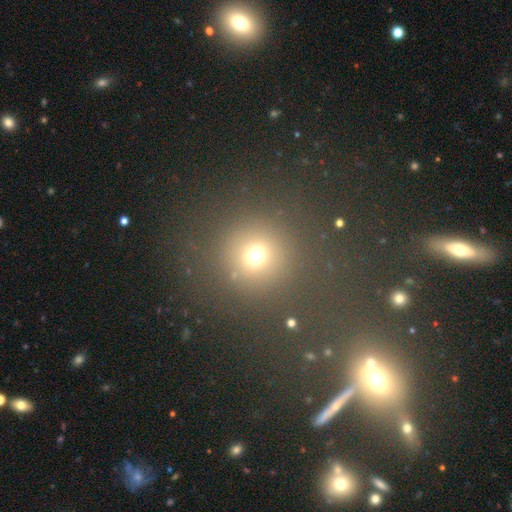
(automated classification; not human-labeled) smooth-or-featured: smooth: 68% | star or artifact: 24% | featured or disk: 8%
  how-rounded: round: 91% | in between: 8% | cigar-shaped: 1%
  merging: none: 80% | minor disturbance: 9% | major disturbance: 6% | merger: 5%